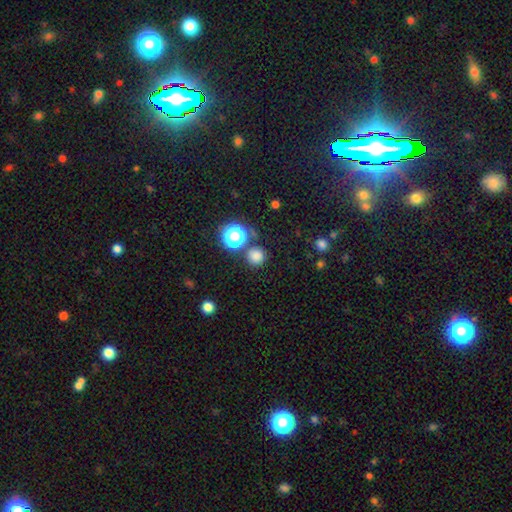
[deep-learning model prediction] This appears to be a smooth galaxy with no disk features (78%) that is round (94%). Merging: none (80%).